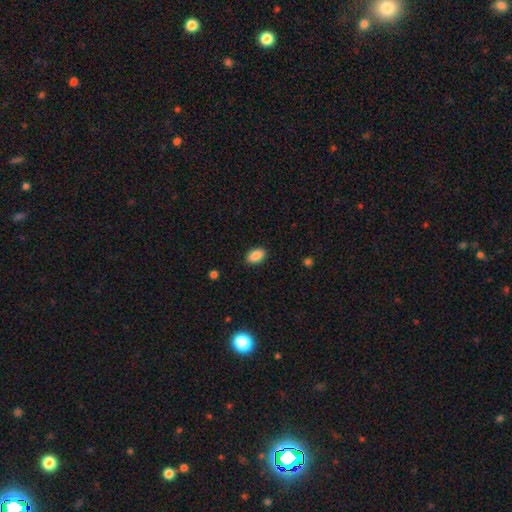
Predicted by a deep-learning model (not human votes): The model was most divided on "smooth or featured": smooth: 88%, star or artifact: 8%, featured or disk: 4%. More confident: how rounded — in between (90%); merging — none (89%).